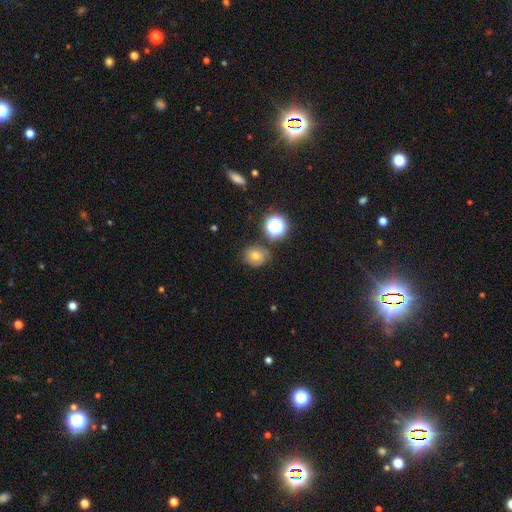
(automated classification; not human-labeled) A smooth galaxy with no disk features (54%) that is round (78%). Merging: none (77%).